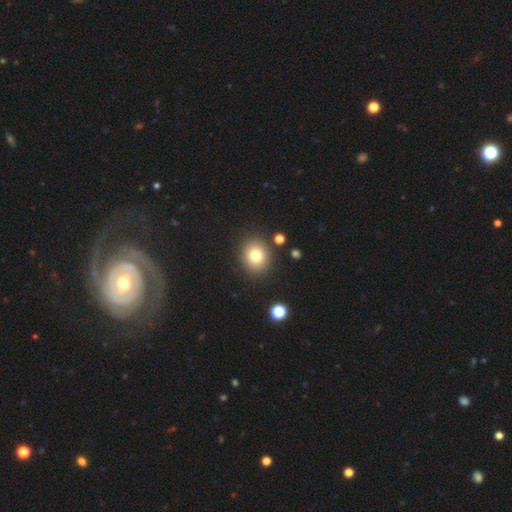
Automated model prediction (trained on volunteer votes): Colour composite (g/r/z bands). It shows a smooth galaxy with no disk features (79%) that is round (73%). Merging: none (87%).